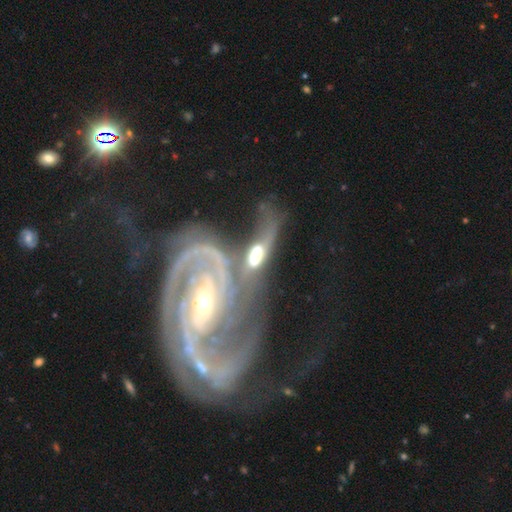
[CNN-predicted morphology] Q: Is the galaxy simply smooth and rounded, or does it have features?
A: featured or disk — 62%.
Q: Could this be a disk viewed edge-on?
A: no — 80%.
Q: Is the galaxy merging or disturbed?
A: merger — 54%.